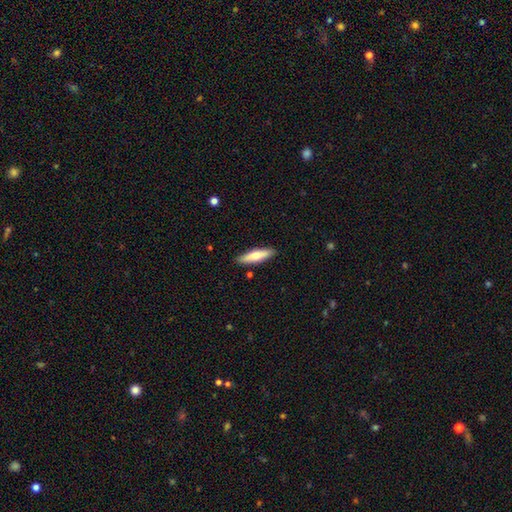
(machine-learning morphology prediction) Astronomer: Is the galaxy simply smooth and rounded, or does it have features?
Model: smooth — 66%.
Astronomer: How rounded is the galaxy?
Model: cigar-shaped — 69%.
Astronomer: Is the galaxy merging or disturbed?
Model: none — 88%.